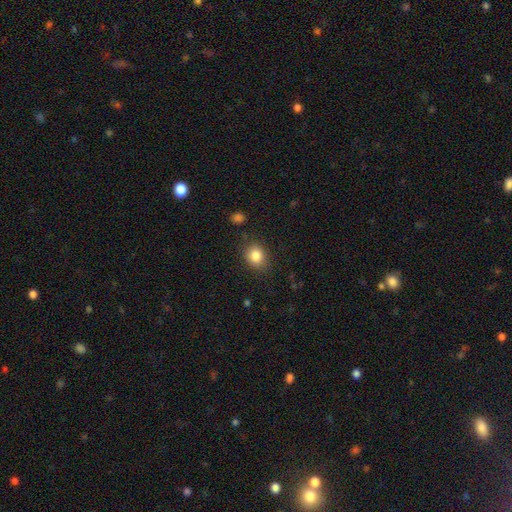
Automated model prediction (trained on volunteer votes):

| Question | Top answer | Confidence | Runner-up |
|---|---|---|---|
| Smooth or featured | smooth | 84% | star or artifact (10%) |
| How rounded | round | 55% | in between (44%) |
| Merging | none | 83% | minor disturbance (12%) |